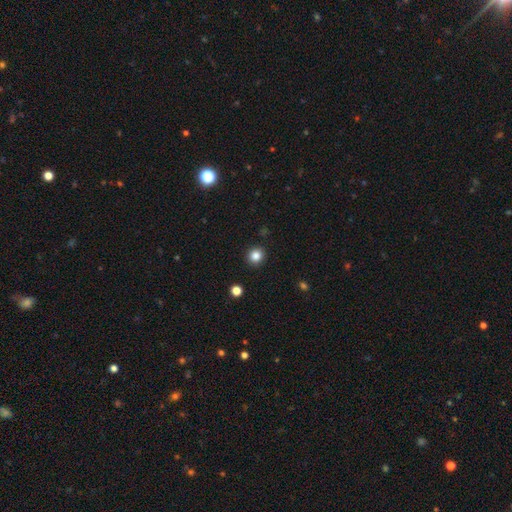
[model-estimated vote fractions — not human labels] smooth-or-featured: smooth: 84% | star or artifact: 12% | featured or disk: 4%
  how-rounded: round: 89% | in between: 10% | cigar-shaped: 1%
  merging: none: 91% | minor disturbance: 5% | major disturbance: 2% | merger: 1%